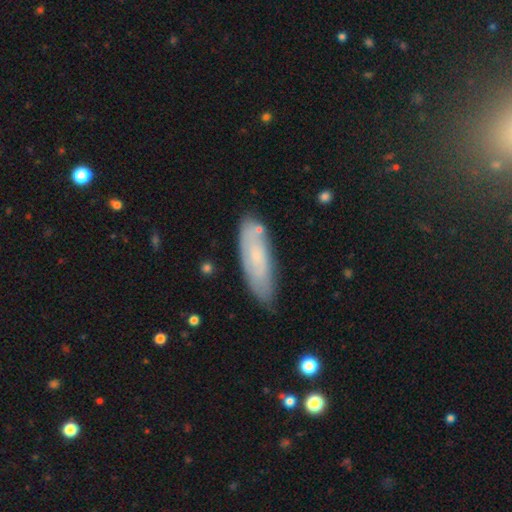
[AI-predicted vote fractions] A smooth galaxy with no disk features (58%) that is in between round and cigar-shaped (50%). Merging: none (72%).